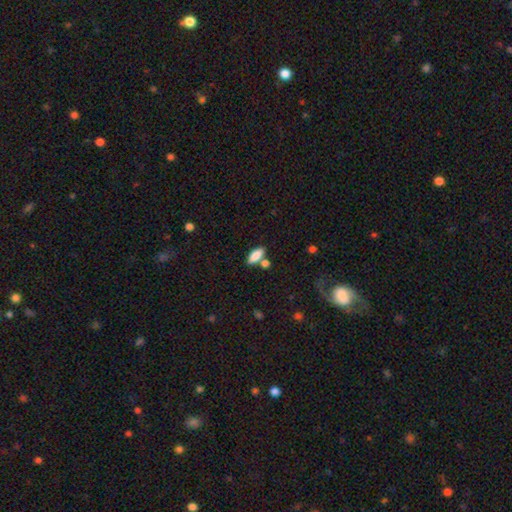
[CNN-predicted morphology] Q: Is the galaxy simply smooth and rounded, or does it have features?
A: smooth — 84%.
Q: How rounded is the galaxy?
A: in between — 77%.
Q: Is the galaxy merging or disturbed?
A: none — 66%.